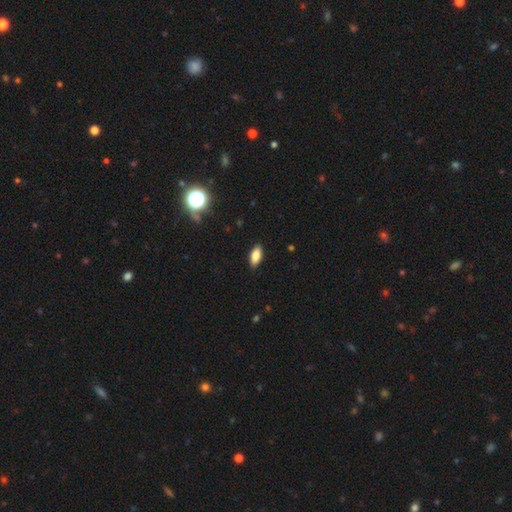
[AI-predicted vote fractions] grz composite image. It shows a smooth galaxy with no disk features (85%) that is in between round and cigar-shaped (88%). Merging: none (88%).